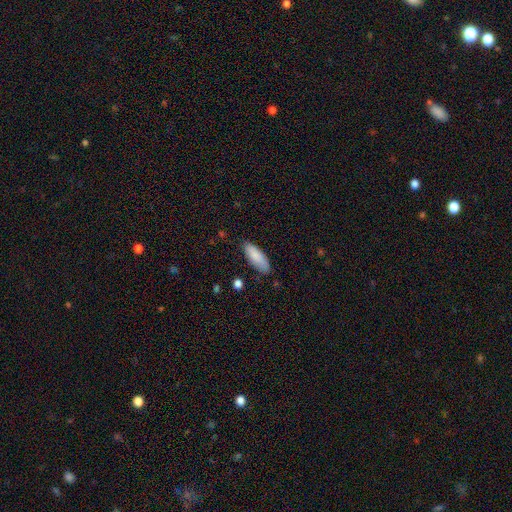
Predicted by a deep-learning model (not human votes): The model was most divided on "how rounded": in between: 69%, cigar-shaped: 30%, round: 2%. More confident: smooth or featured — smooth (86%); merging — none (81%).